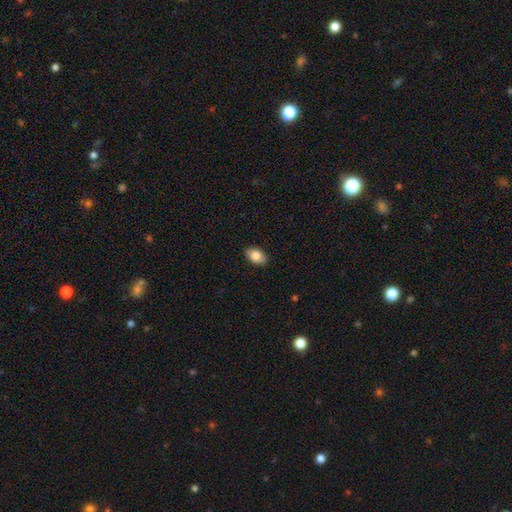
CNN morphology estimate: type=smooth (84%); roundness=in between (88%); merging=none (88%).